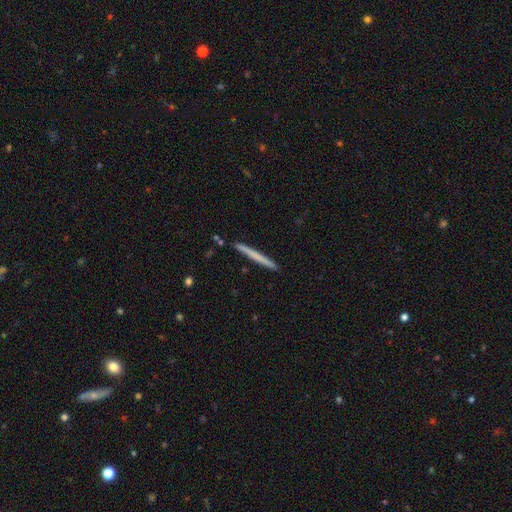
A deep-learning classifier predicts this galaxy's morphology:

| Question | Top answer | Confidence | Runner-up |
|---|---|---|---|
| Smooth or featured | smooth | 59% | featured or disk (36%) |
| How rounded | cigar-shaped | 97% | in between (1%) |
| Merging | none | 91% | minor disturbance (6%) |